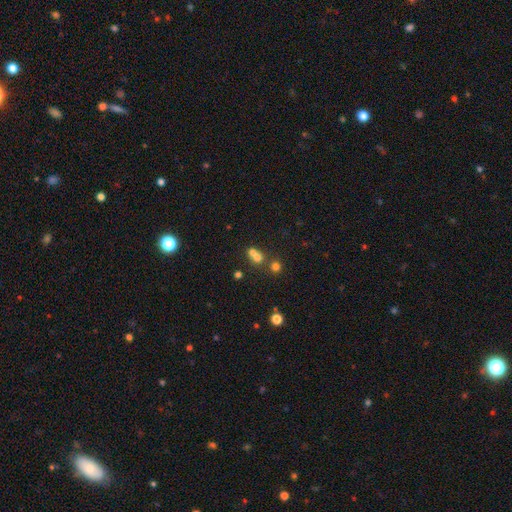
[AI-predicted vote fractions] Q: Smooth or featured?
A: smooth (65%); runner-up: star or artifact (19%)
Q: How rounded?
A: round (78%); runner-up: in between (20%)
Q: Merging?
A: merger (58%); runner-up: none (34%)